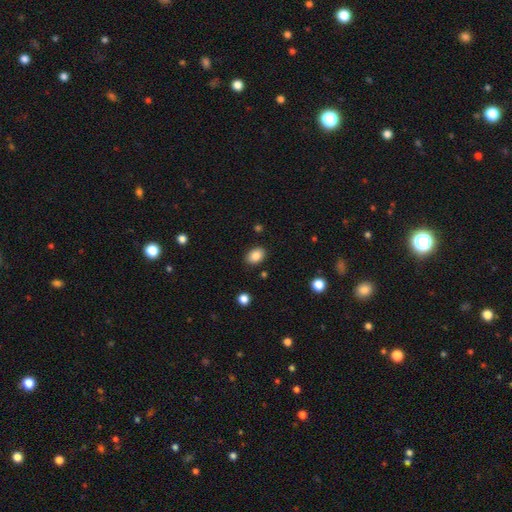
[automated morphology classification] Q: Smooth or featured?
A: smooth (86%); runner-up: star or artifact (9%)
Q: How rounded?
A: in between (77%); runner-up: round (23%)
Q: Merging?
A: none (86%); runner-up: minor disturbance (10%)